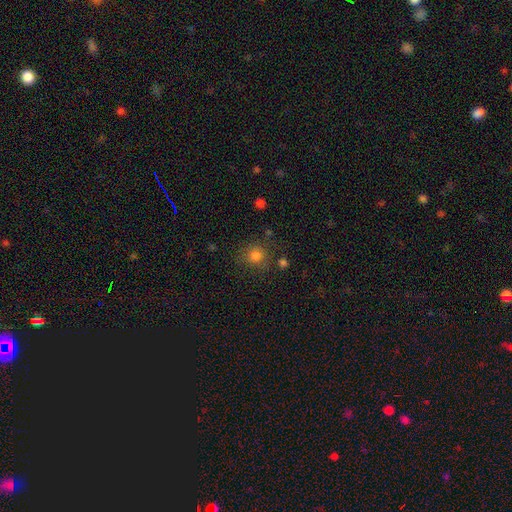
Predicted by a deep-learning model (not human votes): Smooth or featured: smooth — 81% (star or artifact — 13%)
How rounded: round — 88% (in between — 12%)
Merging: none — 77% (minor disturbance — 12%)